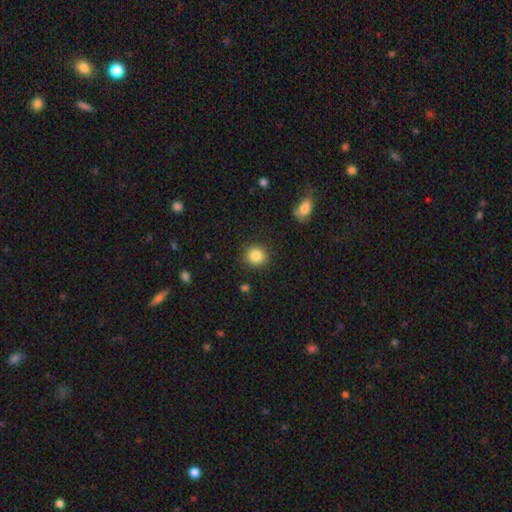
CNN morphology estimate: Smooth or featured? Predicted: smooth (p=0.85). How rounded? Predicted: round (p=0.88). Merging? Predicted: none (p=0.88).